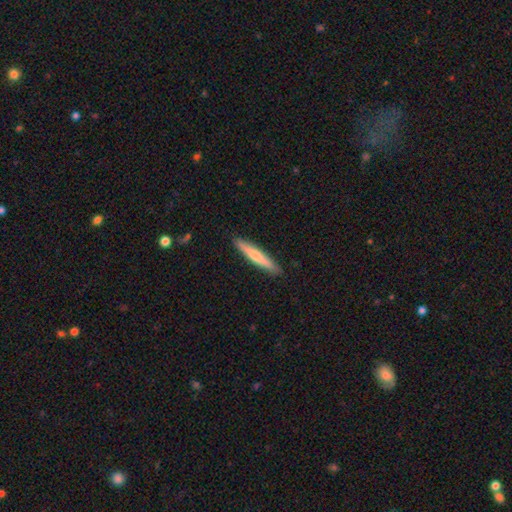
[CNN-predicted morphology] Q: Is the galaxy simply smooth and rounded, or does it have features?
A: smooth — 63%.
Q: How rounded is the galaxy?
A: cigar-shaped — 94%.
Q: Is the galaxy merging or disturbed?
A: none — 91%.